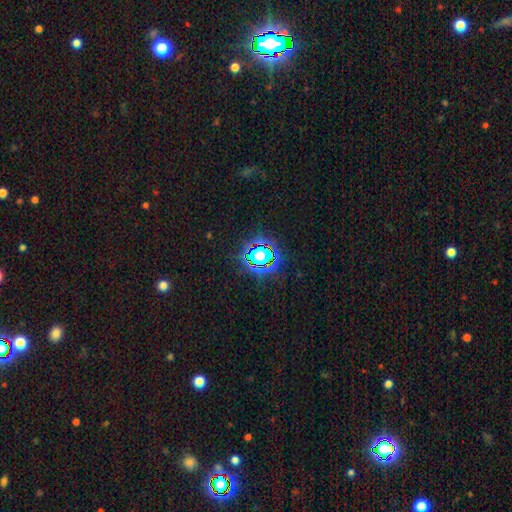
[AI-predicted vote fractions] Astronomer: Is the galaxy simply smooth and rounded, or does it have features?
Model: star or artifact — 68%.